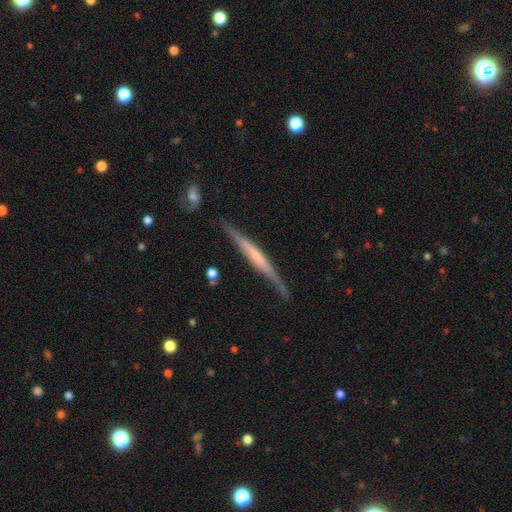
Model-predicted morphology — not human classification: smooth-or-featured: featured or disk: 68% | smooth: 27% | star or artifact: 5%
  disk-edge-on: yes: 96% | no: 4%
    edge-on-bulge: none: 52% | rounded: 25% | boxy: 24%
  merging: none: 76% | minor disturbance: 17% | major disturbance: 4% | merger: 3%